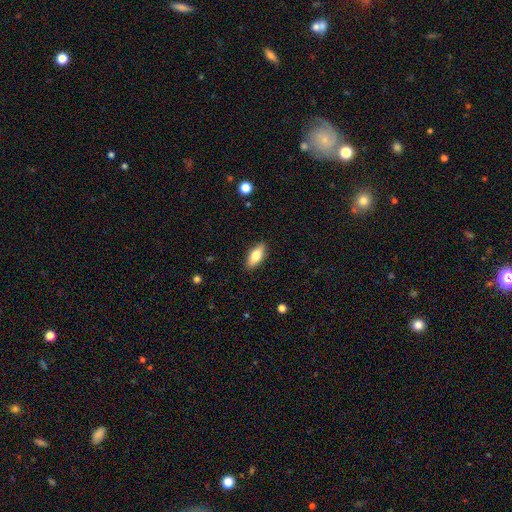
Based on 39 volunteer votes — This appears to be a smooth galaxy with no disk features (85%) that is in between round and cigar-shaped (85%). Merging: none (92%).